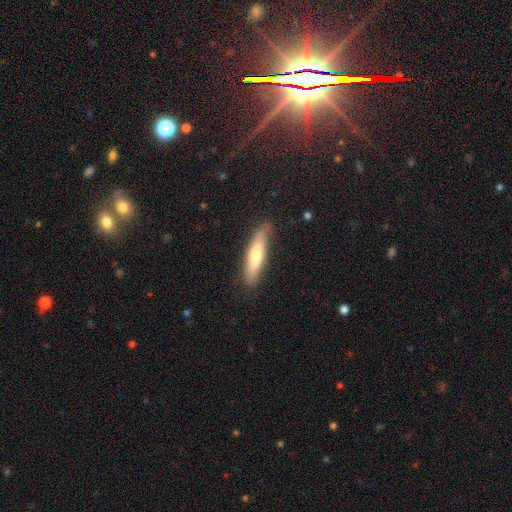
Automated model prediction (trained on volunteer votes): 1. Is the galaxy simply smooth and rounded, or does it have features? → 66% smooth, 26% featured or disk, 7% star or artifact.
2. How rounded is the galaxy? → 82% cigar-shaped, 17% in between, 1% round.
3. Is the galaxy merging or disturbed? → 83% none, 13% minor disturbance, 3% major disturbance, 1% merger.